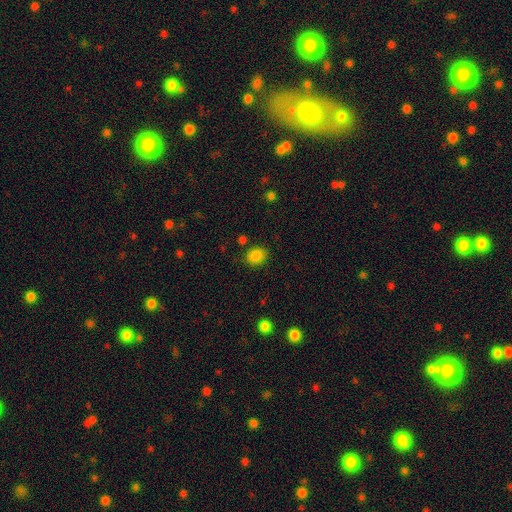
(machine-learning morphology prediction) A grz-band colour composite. It shows a smooth galaxy with no disk features (85%) that is round (59%). Merging: none (82%).